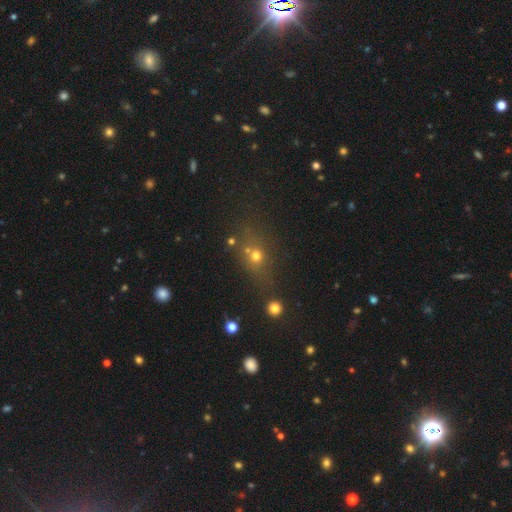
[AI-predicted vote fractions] This is likely a smooth galaxy (60%). How rounded: likely round (63%). Merging: possibly none (58%).